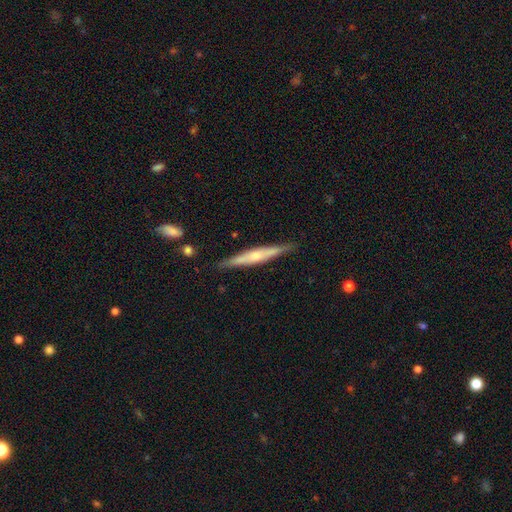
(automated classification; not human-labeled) Smooth or featured? featured or disk (64%)
Edge-on disk? yes (96%)
Edge-on bulge? rounded (67%)
Merging? none (87%)